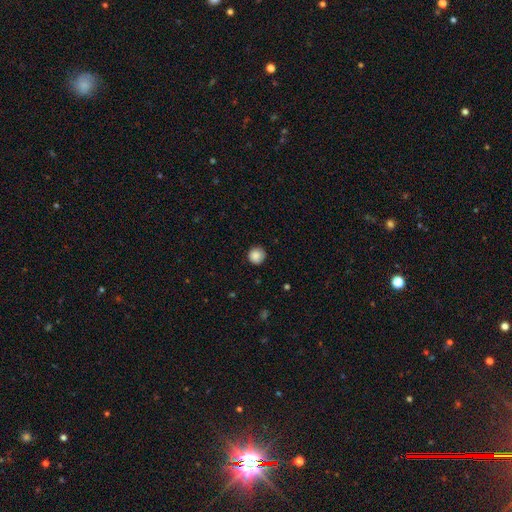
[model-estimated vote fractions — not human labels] Smooth or featured?
  - smooth: 87% *
  - star or artifact: 9%
  - featured or disk: 4%
How rounded?
  - round: 94% *
  - in between: 5%
  - cigar-shaped: 1%
Merging?
  - none: 88% *
  - minor disturbance: 9%
  - major disturbance: 2%
  - merger: 1%